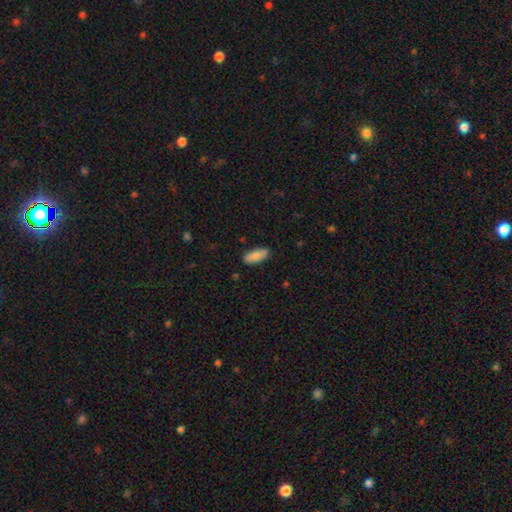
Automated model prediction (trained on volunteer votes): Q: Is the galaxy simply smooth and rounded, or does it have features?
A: smooth — 86%.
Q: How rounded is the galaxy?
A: in between — 76%.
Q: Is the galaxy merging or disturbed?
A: none — 87%.